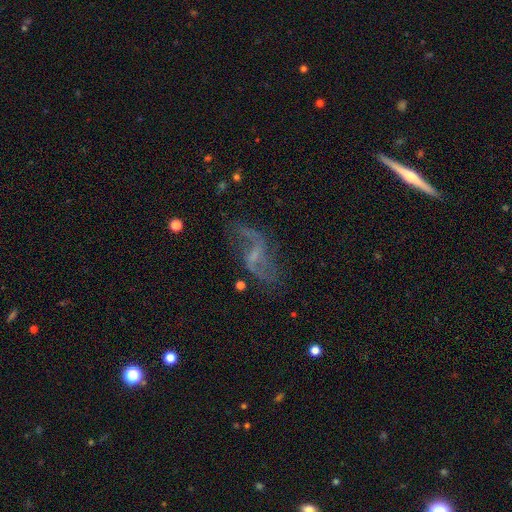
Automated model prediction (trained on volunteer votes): The model was most divided on "bulge size": small: 47%, none: 38%, moderate: 13%, large: 1%, dominant: 1%. More confident: edge-on disk — no (96%); spiral arms — yes (89%); spiral arm count — 2 (88%); smooth or featured — featured or disk (81%); spiral winding — loose (80%); merging — none (62%); bar — weak (51%).